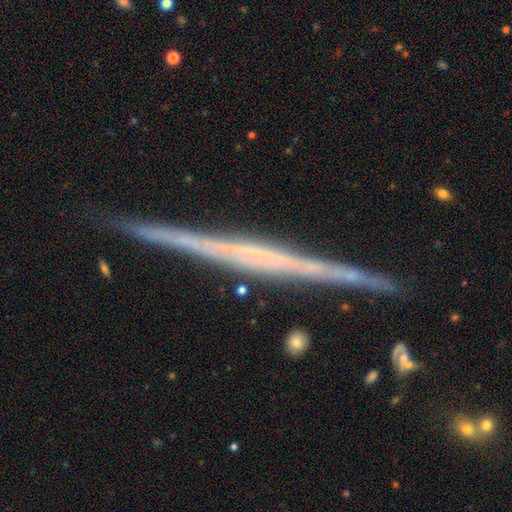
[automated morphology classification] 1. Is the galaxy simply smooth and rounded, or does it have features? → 80% featured or disk, 15% smooth, 6% star or artifact.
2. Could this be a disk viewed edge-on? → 98% yes, 2% no.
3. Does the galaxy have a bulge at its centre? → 76% none, 13% rounded, 11% boxy.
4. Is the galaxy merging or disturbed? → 90% none, 7% minor disturbance, 1% merger, 1% major disturbance.